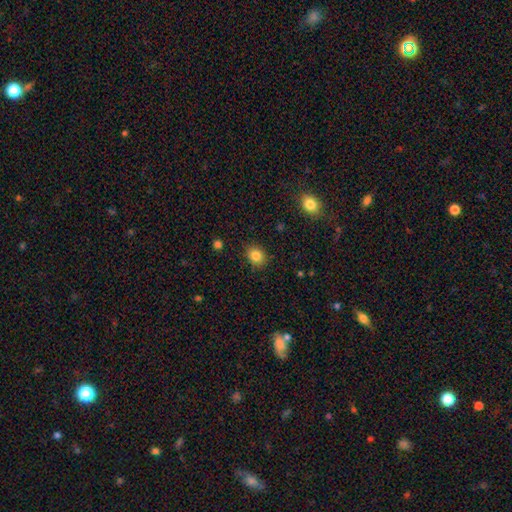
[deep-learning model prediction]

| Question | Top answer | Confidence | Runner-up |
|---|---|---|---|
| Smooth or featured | smooth | 84% | star or artifact (10%) |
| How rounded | round | 59% | in between (40%) |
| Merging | none | 86% | minor disturbance (11%) |